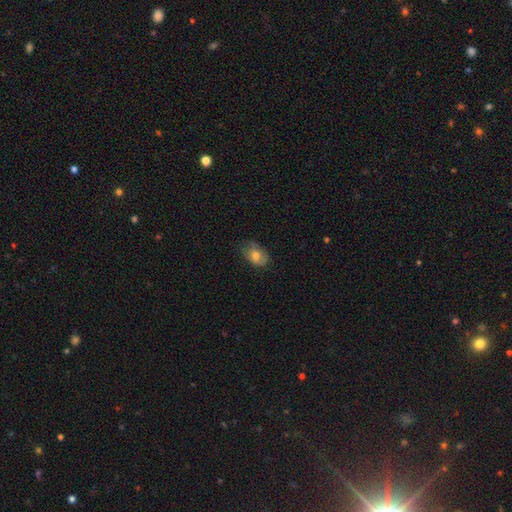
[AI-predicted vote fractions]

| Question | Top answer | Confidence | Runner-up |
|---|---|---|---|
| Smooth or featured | smooth | 71% | featured or disk (21%) |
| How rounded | in between | 82% | round (17%) |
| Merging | none | 61% | minor disturbance (30%) |